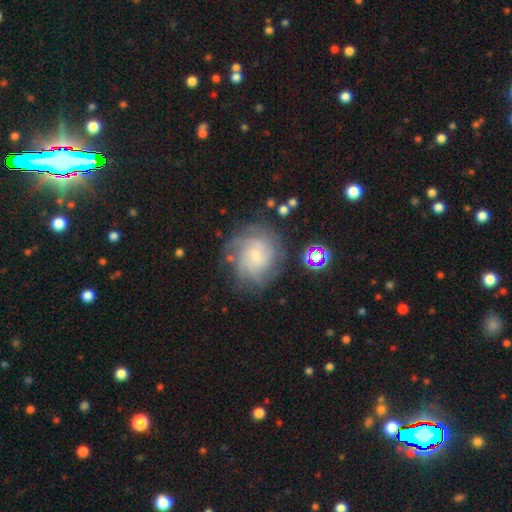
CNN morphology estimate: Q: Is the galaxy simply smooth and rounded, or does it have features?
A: featured or disk — 63%.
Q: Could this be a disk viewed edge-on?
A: no — 97%.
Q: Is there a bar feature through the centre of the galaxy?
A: no — 74%.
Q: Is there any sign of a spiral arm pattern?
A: yes — 89%.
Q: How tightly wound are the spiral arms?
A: tight — 54%.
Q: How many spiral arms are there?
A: can't tell — 46%.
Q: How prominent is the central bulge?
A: small — 61%.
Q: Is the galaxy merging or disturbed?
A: none — 67%.